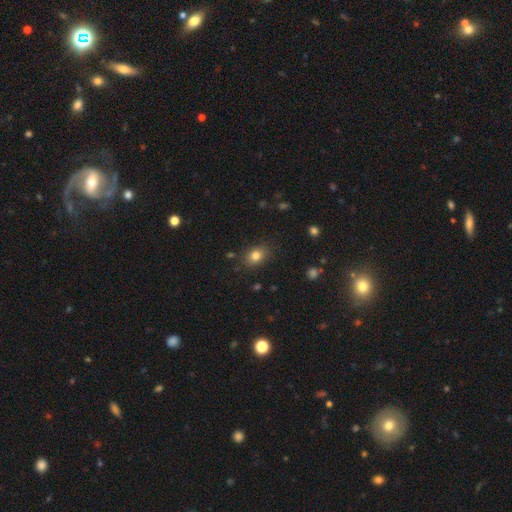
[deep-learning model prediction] smooth_or_featured: smooth (p=0.80) [alt: star or artifact p=0.12]
how_rounded: in between (p=0.68) [alt: round p=0.31]
merging: none (p=0.84) [alt: minor disturbance p=0.12]